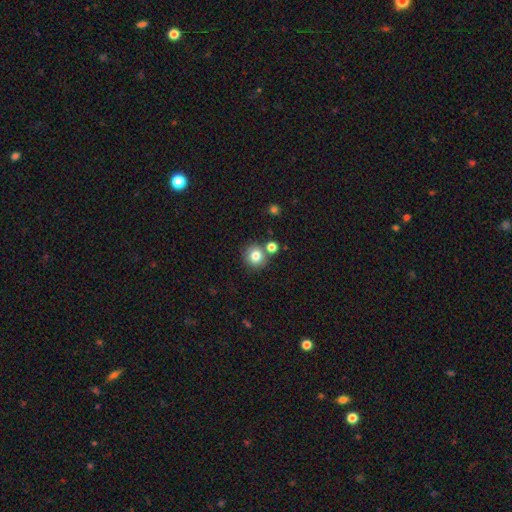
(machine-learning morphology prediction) The model was most divided on "merging": none: 74%, merger: 15%, minor disturbance: 9%, major disturbance: 3%. More confident: how rounded — round (90%); smooth or featured — smooth (80%).